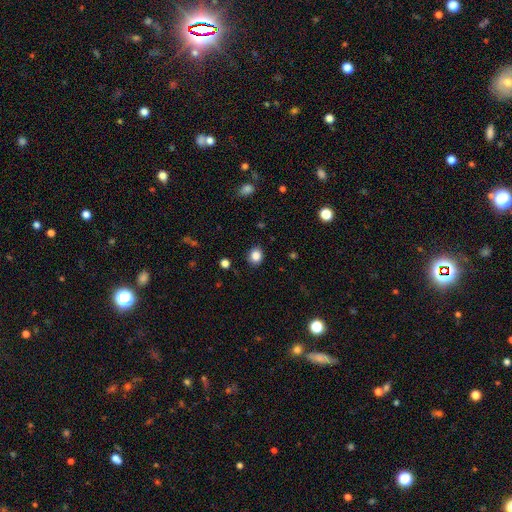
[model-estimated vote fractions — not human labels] A smooth galaxy with no disk features (86%) that is round (63%). Merging: none (87%).